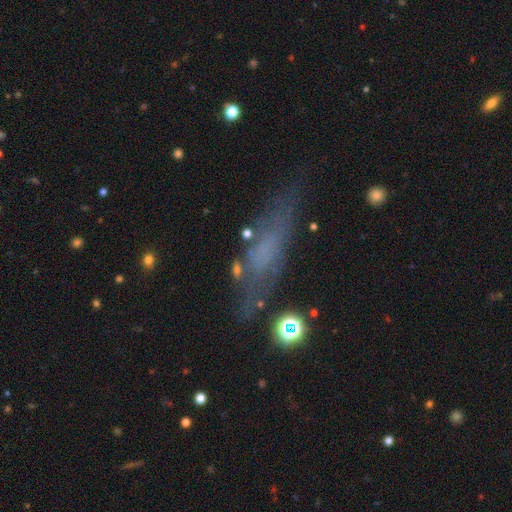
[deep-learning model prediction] smooth_or_featured: smooth (p=0.44) [alt: featured or disk p=0.40]
merging: none (p=0.66) [alt: minor disturbance p=0.20]